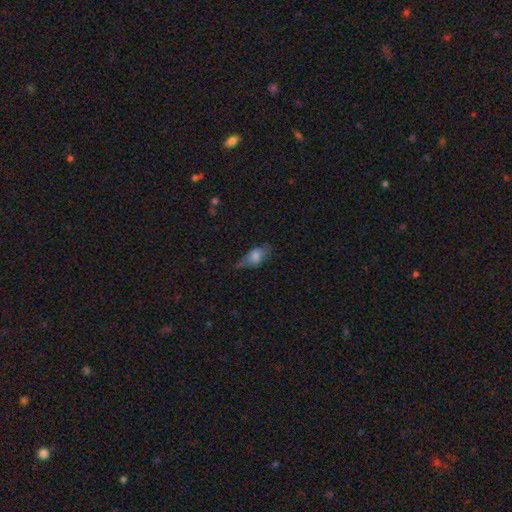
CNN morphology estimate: Smooth or featured?
  - smooth: 70% *
  - featured or disk: 21%
  - star or artifact: 9%
How rounded?
  - in between: 84% *
  - cigar-shaped: 9%
  - round: 8%
Merging?
  - none: 47% *
  - minor disturbance: 35%
  - major disturbance: 15%
  - merger: 3%